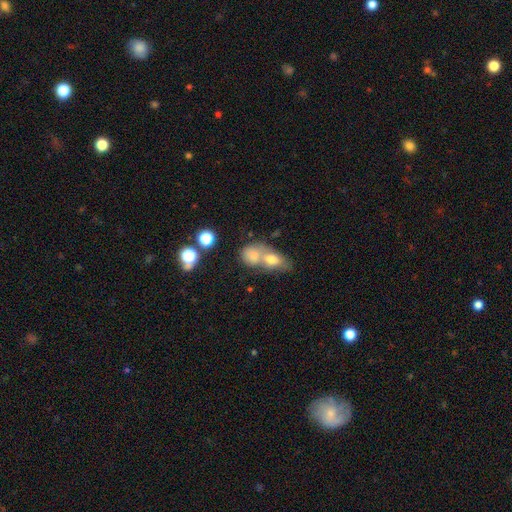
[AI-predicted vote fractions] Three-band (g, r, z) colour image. It shows a smooth galaxy with no disk features (69%) that is in between round and cigar-shaped (56%). Merging: merger (64%).